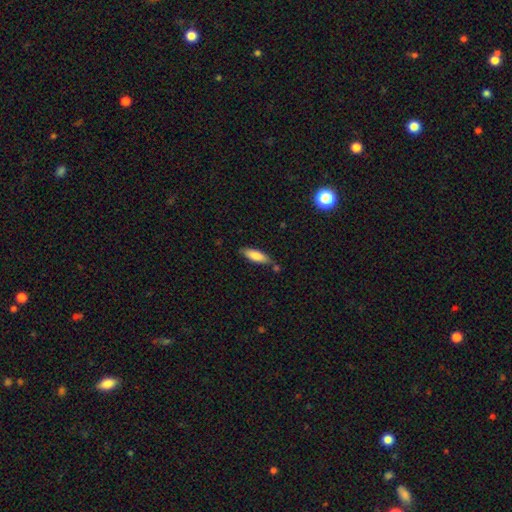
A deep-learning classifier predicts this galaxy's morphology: A smooth galaxy with no disk features (82%) that is in between round and cigar-shaped (52%).

Vote fractions:
- Smooth or featured? smooth: 82% / featured or disk: 12% / star or artifact: 6%
- How rounded? in between: 52% / cigar-shaped: 46% / round: 2%
- Merging? none: 71% / minor disturbance: 18% / merger: 8% / major disturbance: 3%